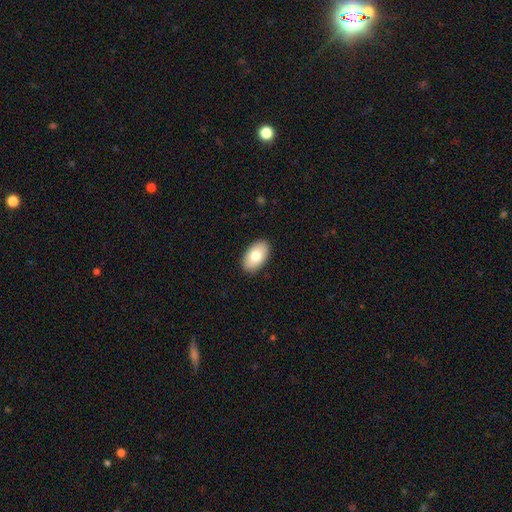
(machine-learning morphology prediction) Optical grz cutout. It shows a smooth galaxy with no disk features (78%) that is in between round and cigar-shaped (94%). Merging: none (89%).